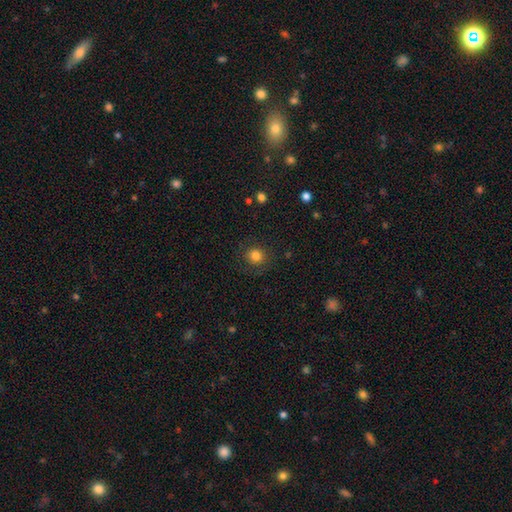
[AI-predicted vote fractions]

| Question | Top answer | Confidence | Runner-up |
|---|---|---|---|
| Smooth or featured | smooth | 82% | star or artifact (11%) |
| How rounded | round | 88% | in between (11%) |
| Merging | none | 85% | minor disturbance (10%) |